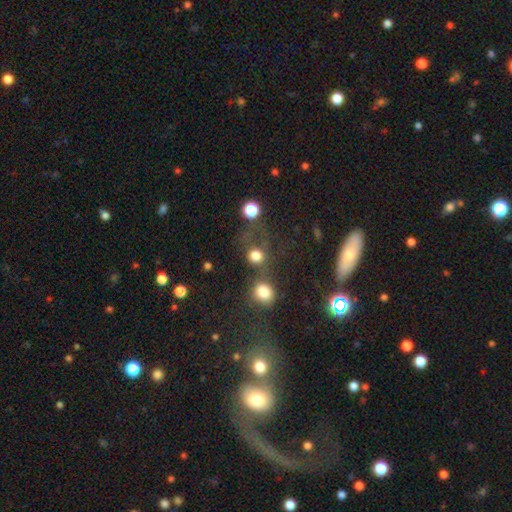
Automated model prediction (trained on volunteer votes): This appears to be a smooth galaxy with no disk features (76%) that is round (83%). Merging: none (46%).